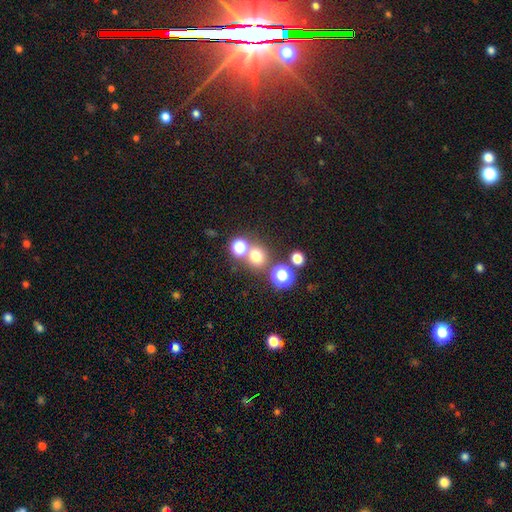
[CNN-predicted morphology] Smooth or featured: smooth — 68% (star or artifact — 23%)
How rounded: round — 86% (in between — 13%)
Merging: none — 68% (merger — 20%)